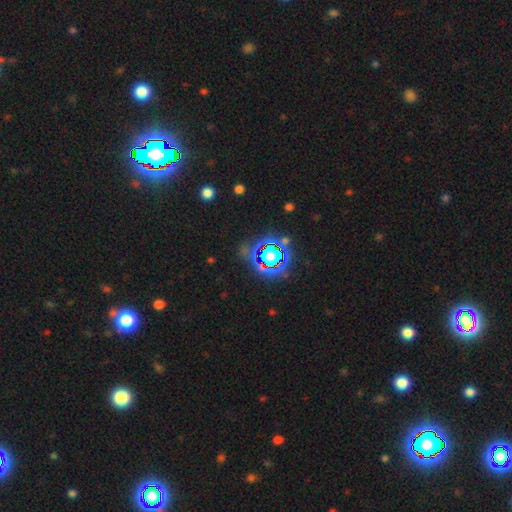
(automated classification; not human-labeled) Q: Smooth or featured?
A: star or artifact (80%); runner-up: smooth (12%)